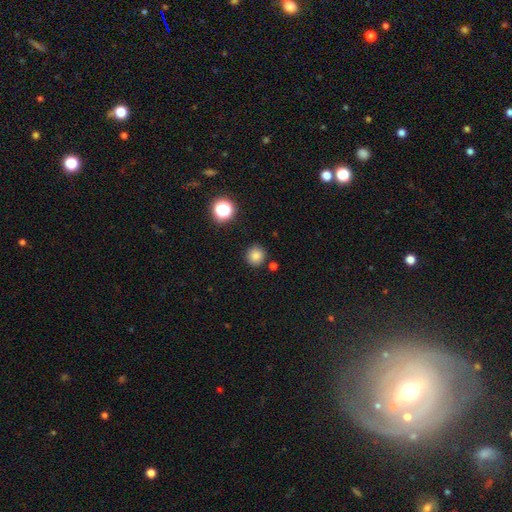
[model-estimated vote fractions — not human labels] Morphology: type=smooth (81%); roundness=round (92%); merging=none (87%).